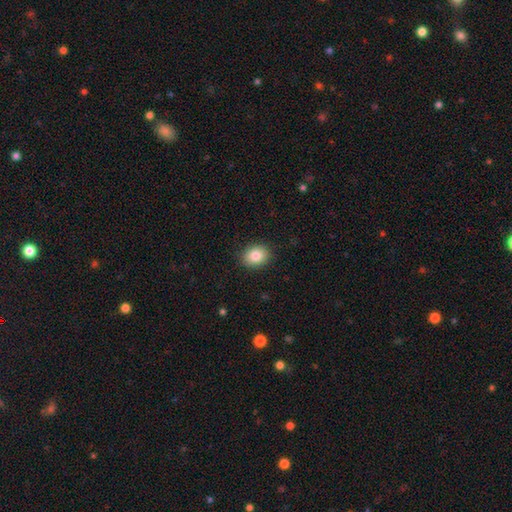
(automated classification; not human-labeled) smooth-or-featured: smooth: 85% | star or artifact: 8% | featured or disk: 7%
  how-rounded: in between: 57% | round: 43% | cigar-shaped: 1%
  merging: none: 88% | minor disturbance: 9% | major disturbance: 2% | merger: 1%